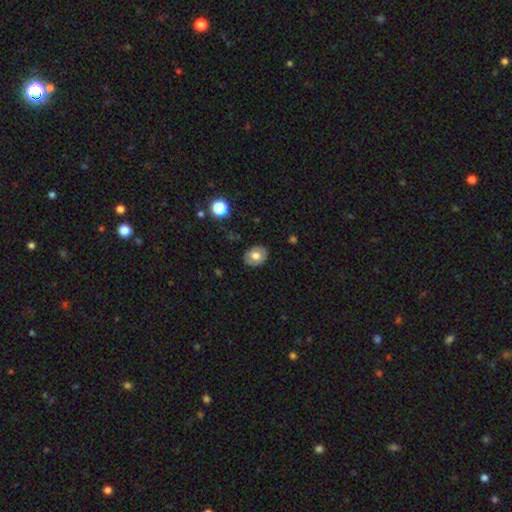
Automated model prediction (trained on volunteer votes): Q: Smooth or featured?
A: smooth (68%); runner-up: featured or disk (24%)
Q: How rounded?
A: in between (53%); runner-up: round (46%)
Q: Merging?
A: none (84%); runner-up: minor disturbance (12%)